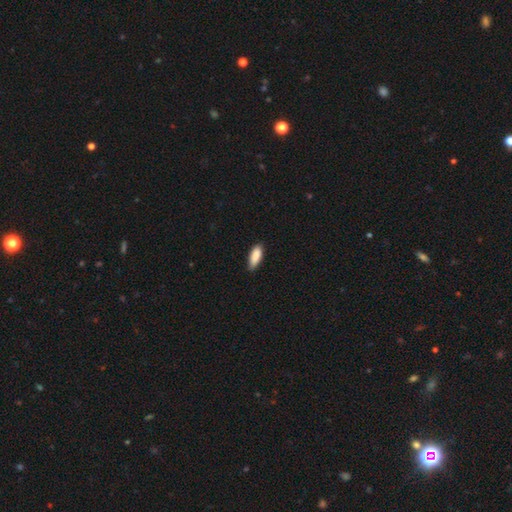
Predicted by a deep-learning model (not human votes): This is clearly a smooth galaxy (88%). How rounded: likely in between (70%). Merging: likely none (75%).